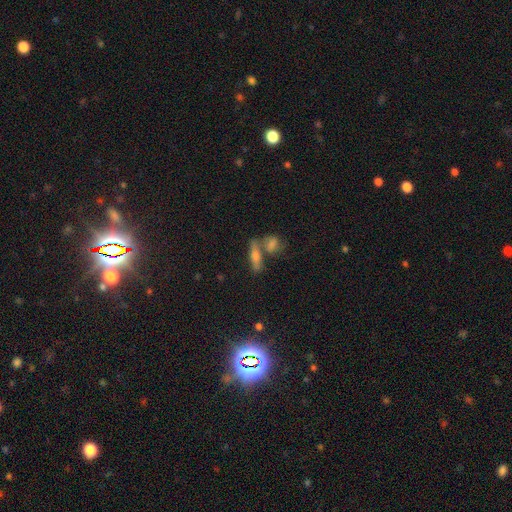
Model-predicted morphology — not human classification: Q: Smooth or featured?
A: smooth (45%); runner-up: featured or disk (34%)
Q: Merging?
A: none (54%); runner-up: merger (33%)